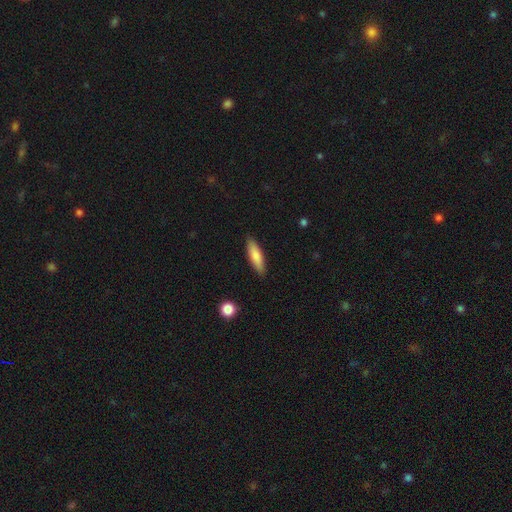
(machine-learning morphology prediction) type=smooth (79%); roundness=cigar-shaped (63%); merging=none (88%).